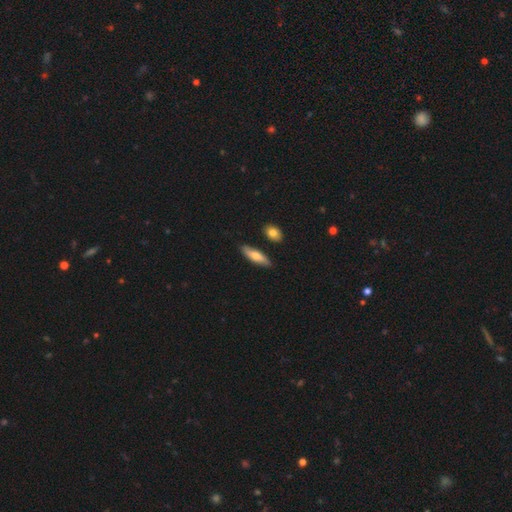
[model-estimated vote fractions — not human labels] Smooth or featured?
  - smooth: 66% *
  - featured or disk: 28%
  - star or artifact: 6%
How rounded?
  - cigar-shaped: 54% *
  - in between: 43%
  - round: 3%
Merging?
  - none: 82% *
  - minor disturbance: 12%
  - merger: 4%
  - major disturbance: 2%